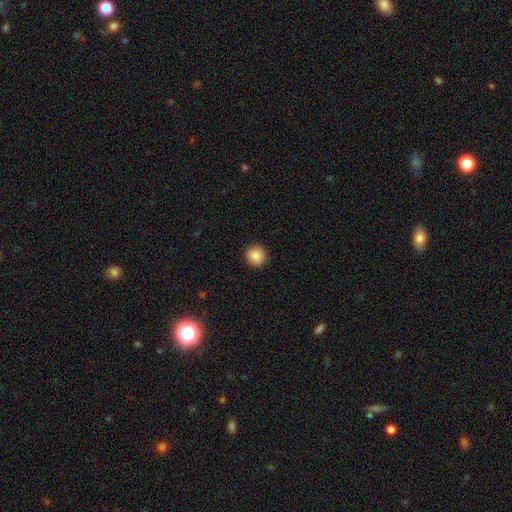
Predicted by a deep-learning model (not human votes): A smooth galaxy with no disk features (88%) that is round (92%). Merging: none (92%).